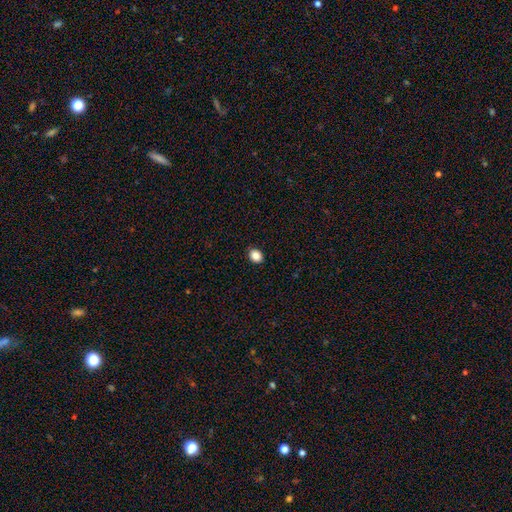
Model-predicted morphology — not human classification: Overall: smooth (87%). How rounded: round (50%; in between 49%). Merging: none (90%).